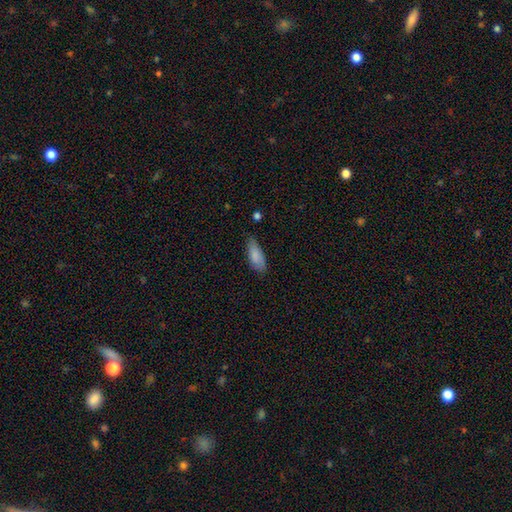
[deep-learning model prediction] Smooth or featured? smooth (85%)
How rounded? in between (74%)
Merging? none (72%)